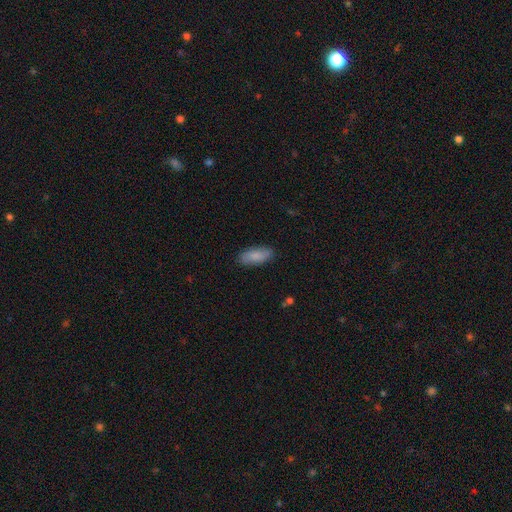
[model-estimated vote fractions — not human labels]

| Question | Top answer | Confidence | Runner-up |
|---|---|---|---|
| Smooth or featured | smooth | 83% | featured or disk (11%) |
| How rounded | in between | 86% | cigar-shaped (12%) |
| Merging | none | 86% | minor disturbance (11%) |